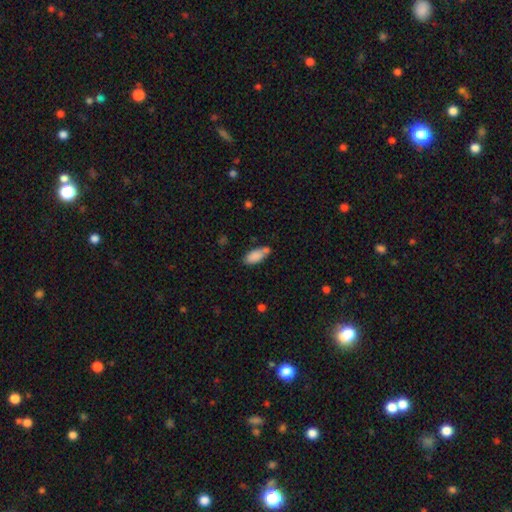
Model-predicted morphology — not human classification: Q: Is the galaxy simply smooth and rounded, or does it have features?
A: smooth — 86%.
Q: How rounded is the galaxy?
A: in between — 86%.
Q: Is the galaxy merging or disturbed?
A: none — 56%.